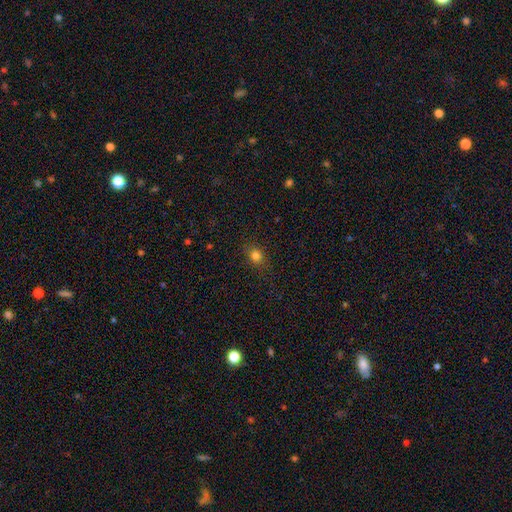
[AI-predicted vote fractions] Smooth or featured? smooth (79%)
How rounded? round (60%)
Merging? none (86%)